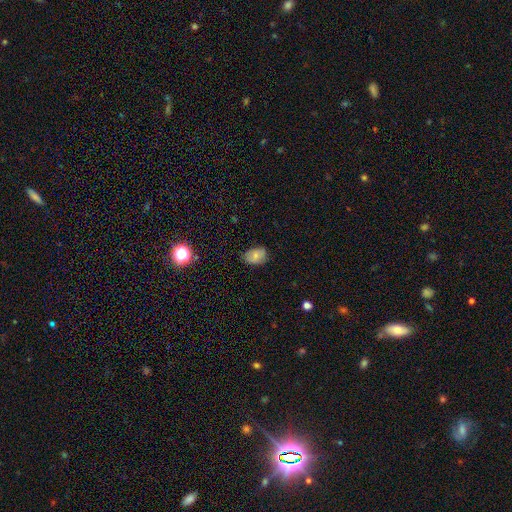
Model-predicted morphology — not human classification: type=smooth (78%); roundness=in between (82%); merging=none (74%).